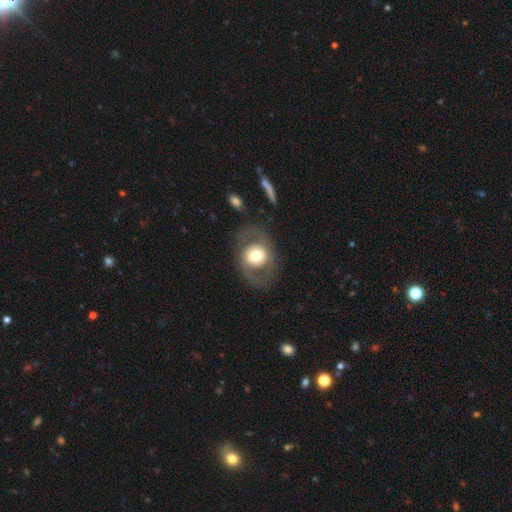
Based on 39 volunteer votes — Volunteers were most divided on "bulge size": large: 43%, moderate: 39%, dominant: 13%, small: 4%, none: 0%. More confident: edge-on disk — no (96%); merging — none (76%); spiral arms — no (74%); bar — no (74%); smooth or featured — featured or disk (62%).